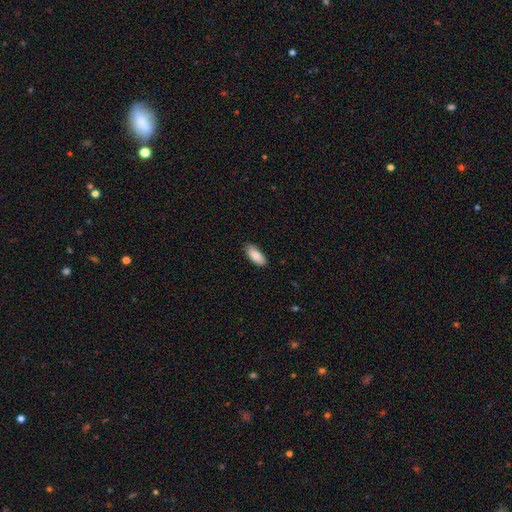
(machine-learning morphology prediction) This is clearly a smooth galaxy (88%). How rounded: clearly in between (85%). Merging: clearly none (83%).